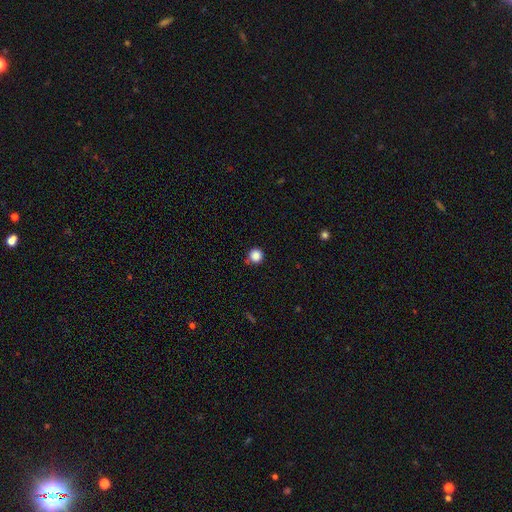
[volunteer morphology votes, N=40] type=smooth (90%); roundness=round (100%); merging=none (89%).